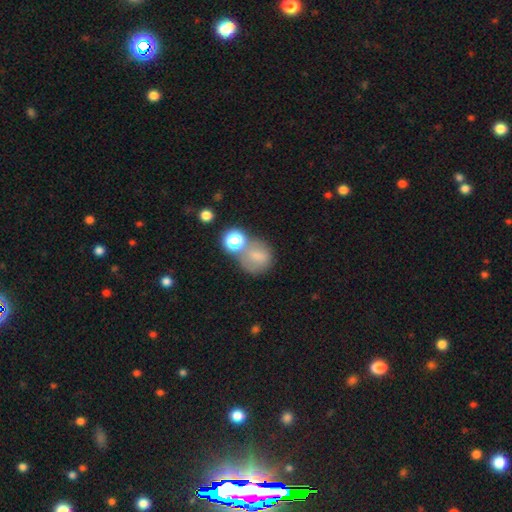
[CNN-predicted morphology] smooth_or_featured: smooth (p=0.67) [alt: featured or disk p=0.16]
how_rounded: round (p=0.75) [alt: in between p=0.23]
merging: none (p=0.46) [alt: merger p=0.26]